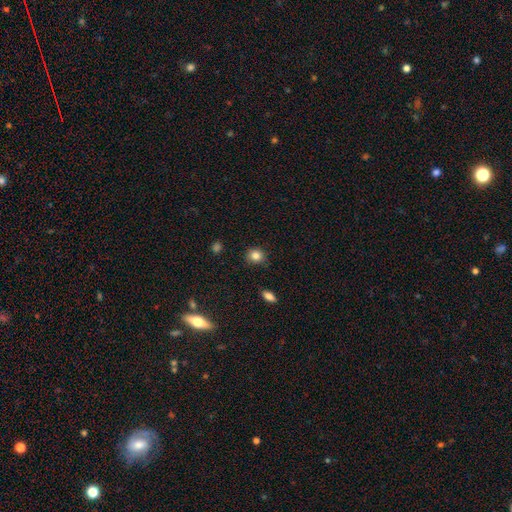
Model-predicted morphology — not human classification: smooth 84%, star or artifact 10%, featured or disk 6%. Down the decision tree: how rounded — round (82%); merging — none (86%).